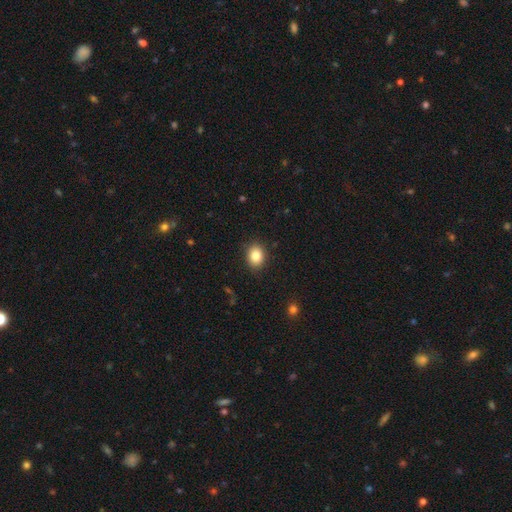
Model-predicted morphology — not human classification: The model was most divided on "how rounded": in between: 59%, round: 40%, cigar-shaped: 1%. More confident: merging — none (88%); smooth or featured — smooth (85%).